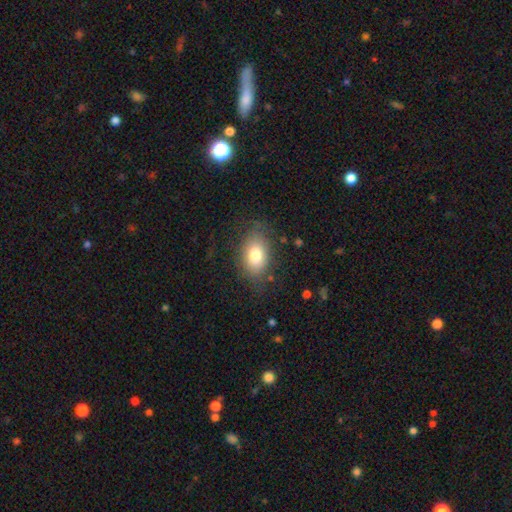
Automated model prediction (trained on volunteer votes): This appears to be a smooth galaxy with no disk features (77%) that is in between round and cigar-shaped (82%). Merging: none (76%).